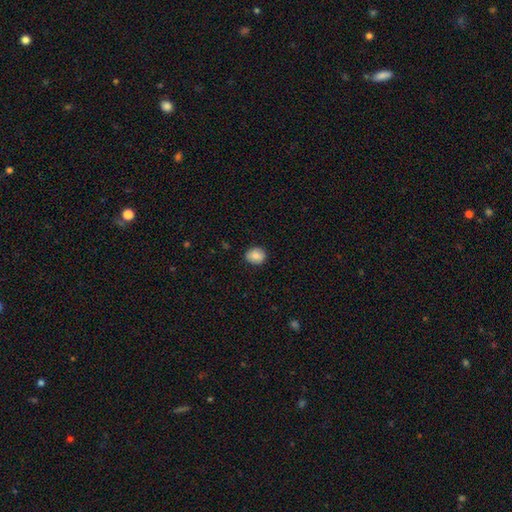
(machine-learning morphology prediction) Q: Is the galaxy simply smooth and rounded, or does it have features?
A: smooth — 82%.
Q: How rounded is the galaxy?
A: round — 70%.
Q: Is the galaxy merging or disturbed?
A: none — 87%.